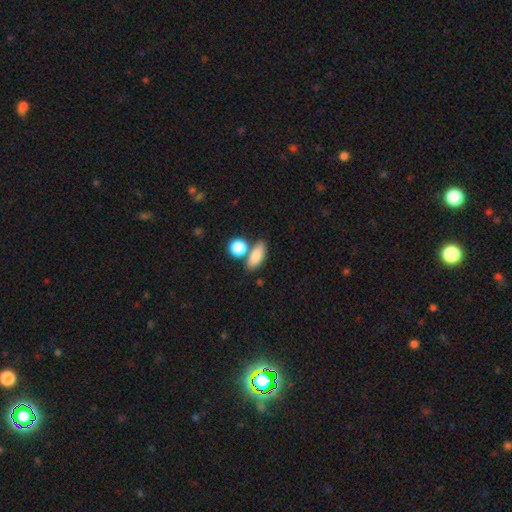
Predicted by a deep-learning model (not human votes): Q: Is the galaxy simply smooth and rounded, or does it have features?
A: smooth — 84%.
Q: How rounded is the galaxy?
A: in between — 79%.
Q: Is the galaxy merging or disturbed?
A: none — 61%.